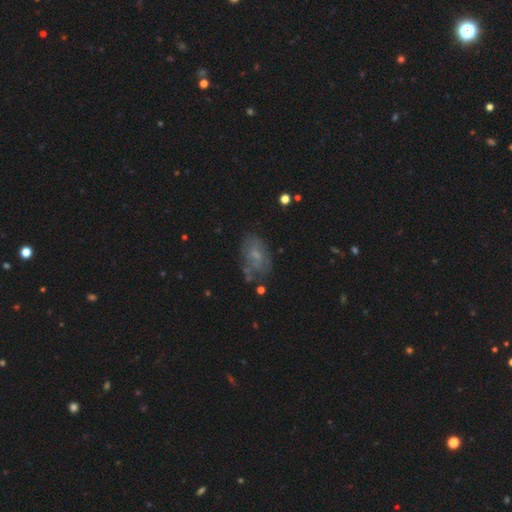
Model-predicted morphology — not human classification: A smooth galaxy with no disk features (52%) that is in between round and cigar-shaped (88%).

Vote fractions:
- Smooth or featured? smooth: 52% / featured or disk: 36% / star or artifact: 12%
- How rounded? in between: 88% / round: 10% / cigar-shaped: 2%
- Merging? none: 58% / minor disturbance: 25% / major disturbance: 12% / merger: 5%